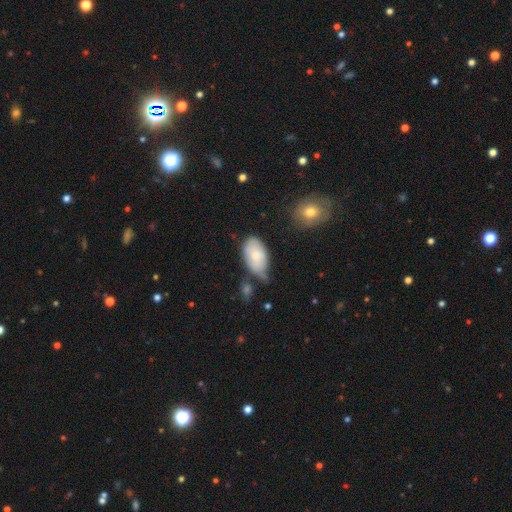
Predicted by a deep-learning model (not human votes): smooth-or-featured: smooth: 76% | featured or disk: 18% | star or artifact: 6%
  how-rounded: in between: 94% | round: 4% | cigar-shaped: 1%
  merging: minor disturbance: 39% | none: 35% | major disturbance: 14% | merger: 12%